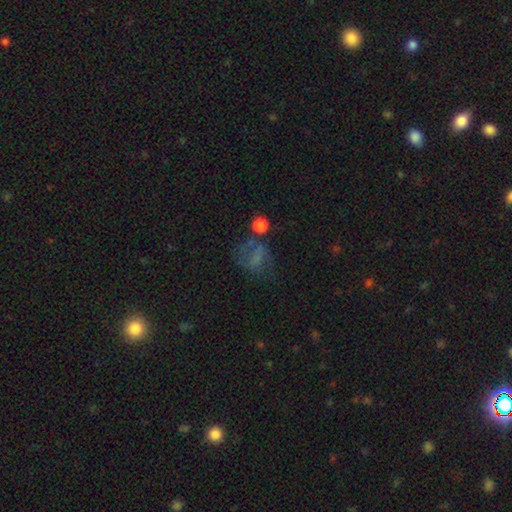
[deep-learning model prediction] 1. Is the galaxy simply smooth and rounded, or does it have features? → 47% smooth, 28% featured or disk, 25% star or artifact.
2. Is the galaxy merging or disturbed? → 42% none, 29% major disturbance, 20% minor disturbance, 8% merger.